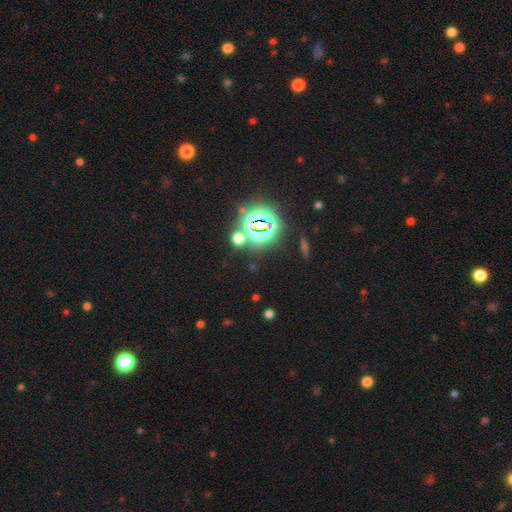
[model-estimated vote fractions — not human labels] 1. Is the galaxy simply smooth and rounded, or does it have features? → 85% star or artifact, 9% smooth, 6% featured or disk.